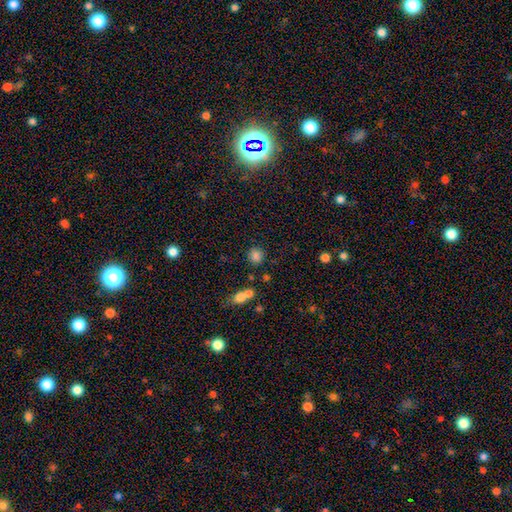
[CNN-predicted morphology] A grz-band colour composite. It shows a smooth galaxy with no disk features (81%) that is round (78%). Merging: none (75%).